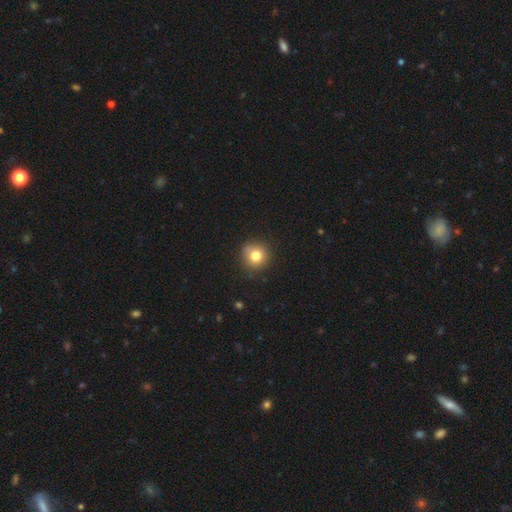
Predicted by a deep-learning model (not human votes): This is likely a smooth galaxy (80%). How rounded: clearly round (93%). Merging: clearly none (84%).